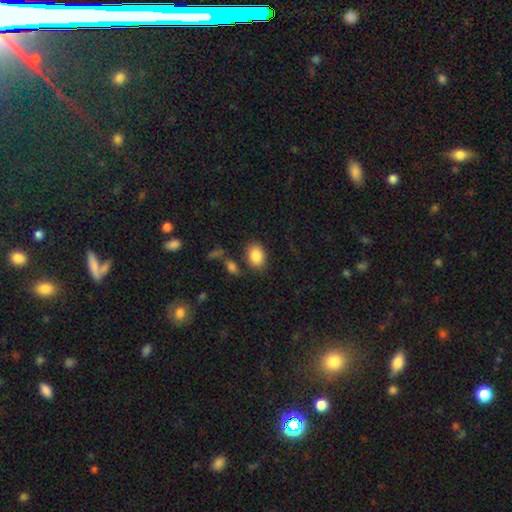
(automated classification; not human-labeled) Smooth or featured? Predicted: smooth (p=0.87). How rounded? Predicted: in between (p=0.74). Merging? Predicted: none (p=0.79).